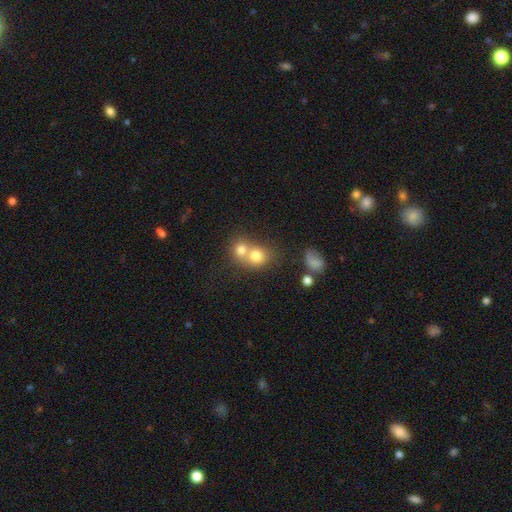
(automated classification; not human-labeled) A smooth galaxy with no disk features (74%) that is round (76%).

Vote fractions:
- Smooth or featured? smooth: 74% / featured or disk: 14% / star or artifact: 12%
- How rounded? round: 76% / in between: 23% / cigar-shaped: 1%
- Merging? merger: 59% / none: 31% / minor disturbance: 6% / major disturbance: 3%